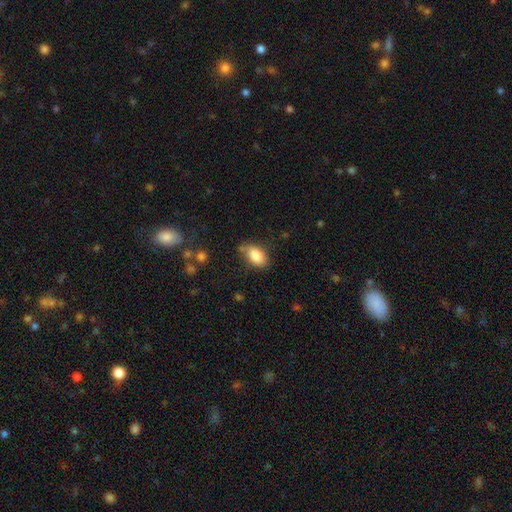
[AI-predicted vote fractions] The model was most divided on "merging": none: 68%, minor disturbance: 23%, major disturbance: 5%, merger: 3%. More confident: how rounded — in between (90%); smooth or featured — smooth (84%).